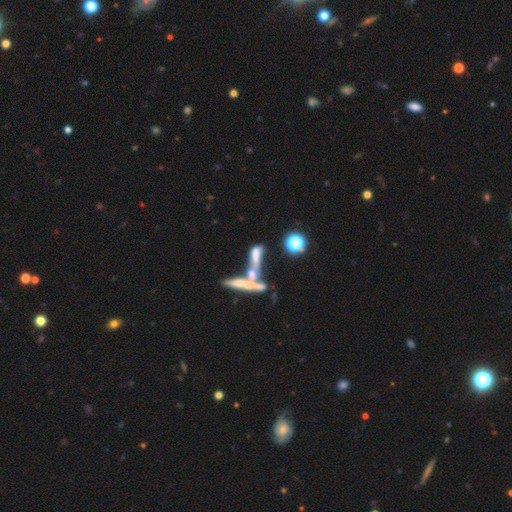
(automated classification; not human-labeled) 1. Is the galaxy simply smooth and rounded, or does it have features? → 43% featured or disk, 42% smooth, 15% star or artifact.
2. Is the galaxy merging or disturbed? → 58% merger, 21% none, 12% major disturbance, 9% minor disturbance.